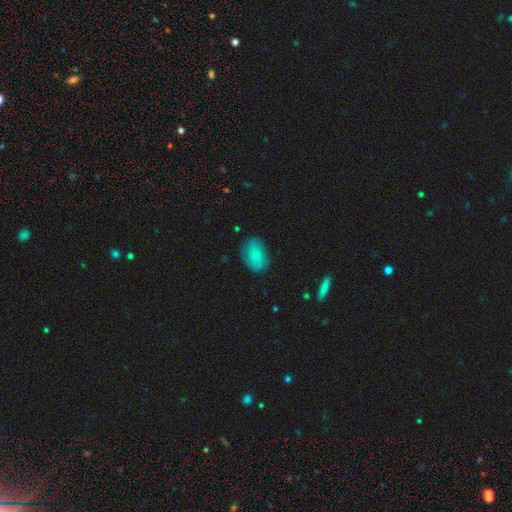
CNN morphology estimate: A smooth galaxy with no disk features (76%) that is in between round and cigar-shaped (80%).

Vote fractions:
- Smooth or featured? smooth: 76% / featured or disk: 16% / star or artifact: 8%
- How rounded? in between: 80% / round: 18% / cigar-shaped: 1%
- Merging? none: 74% / minor disturbance: 20% / major disturbance: 5% / merger: 1%